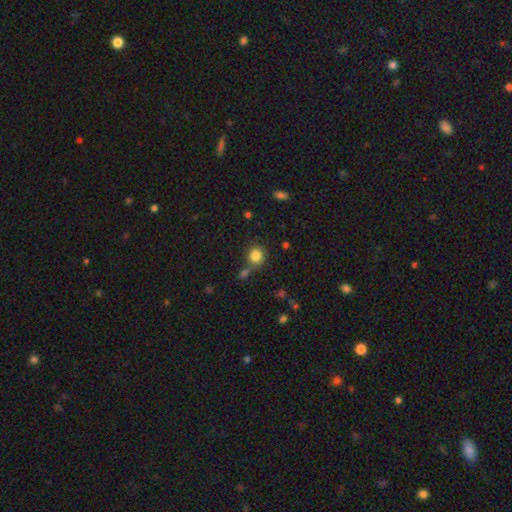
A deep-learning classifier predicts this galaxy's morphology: The model was most divided on "merging": none: 67%, merger: 17%, minor disturbance: 11%, major disturbance: 4%. More confident: how rounded — round (85%); smooth or featured — smooth (83%).